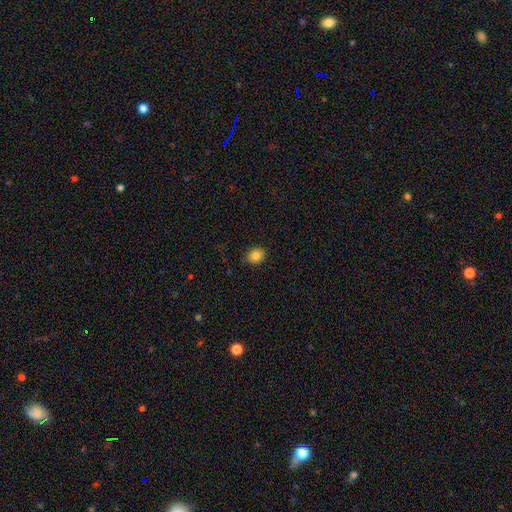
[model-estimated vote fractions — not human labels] Smooth or featured: smooth — 83% (star or artifact — 10%)
How rounded: round — 60% (in between — 39%)
Merging: none — 88% (minor disturbance — 9%)